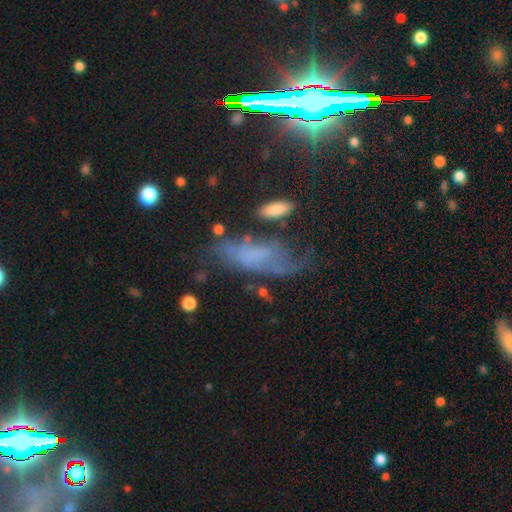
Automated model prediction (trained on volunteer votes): smooth_or_featured: featured or disk (p=0.46) [alt: smooth p=0.37]
merging: none (p=0.39) [alt: major disturbance p=0.29]